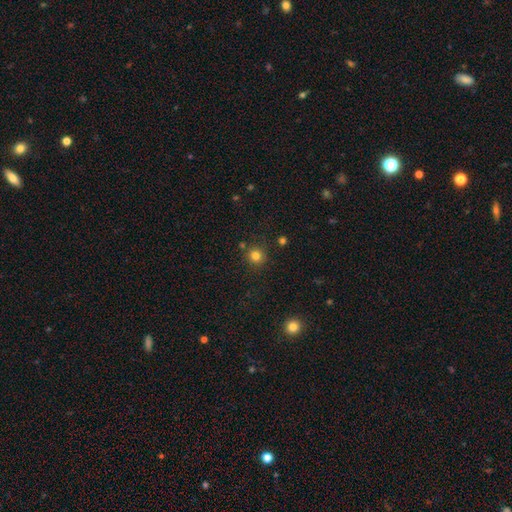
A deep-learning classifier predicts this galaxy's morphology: This is clearly a smooth galaxy (80%). How rounded: clearly round (92%). Merging: clearly none (84%).